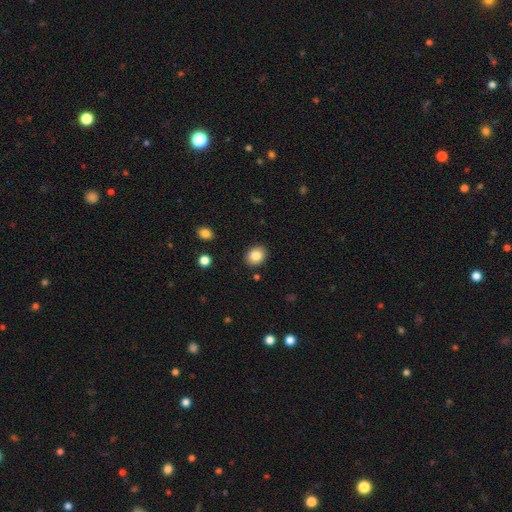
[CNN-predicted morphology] A smooth galaxy with no disk features (83%) that is round (53%). Merging: none (89%).